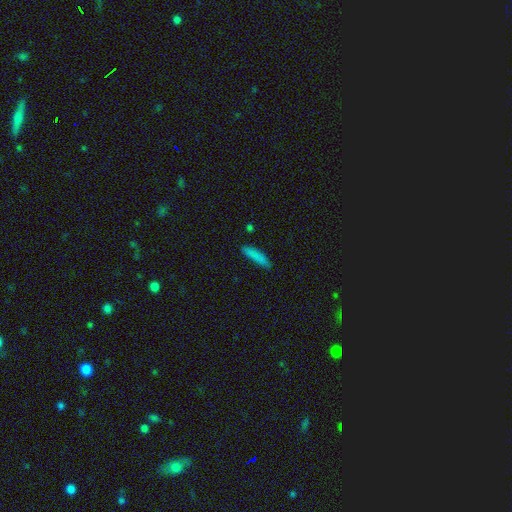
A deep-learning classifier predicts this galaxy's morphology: smooth_or_featured: smooth (p=0.85) [alt: star or artifact p=0.08]
how_rounded: cigar-shaped (p=0.81) [alt: in between p=0.17]
merging: none (p=0.84) [alt: minor disturbance p=0.12]